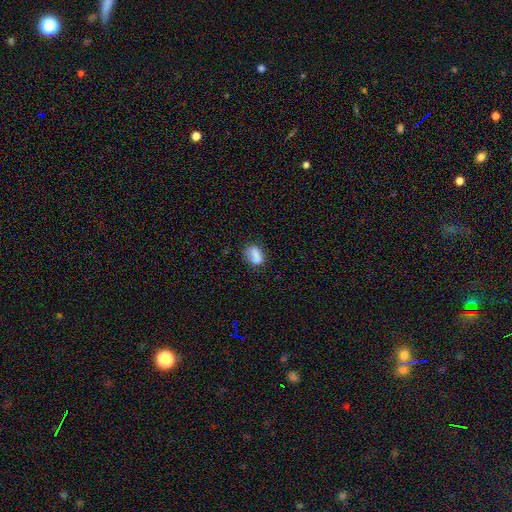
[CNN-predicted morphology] A smooth galaxy with no disk features (76%) that is in between round and cigar-shaped (72%). Merging: none (56%).